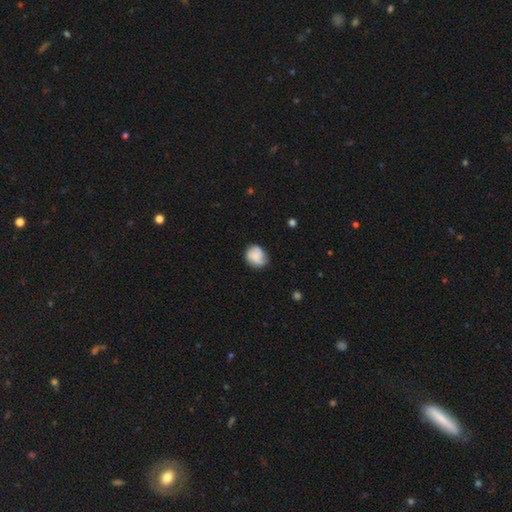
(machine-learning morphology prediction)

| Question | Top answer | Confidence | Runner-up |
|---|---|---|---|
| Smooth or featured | smooth | 58% | featured or disk (34%) |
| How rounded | round | 68% | in between (31%) |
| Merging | none | 71% | minor disturbance (22%) |